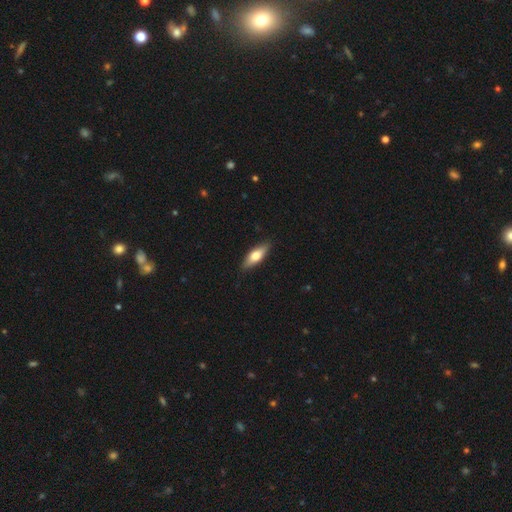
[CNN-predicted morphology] Smooth or featured? smooth (63%)
How rounded? in between (58%)
Merging? none (88%)